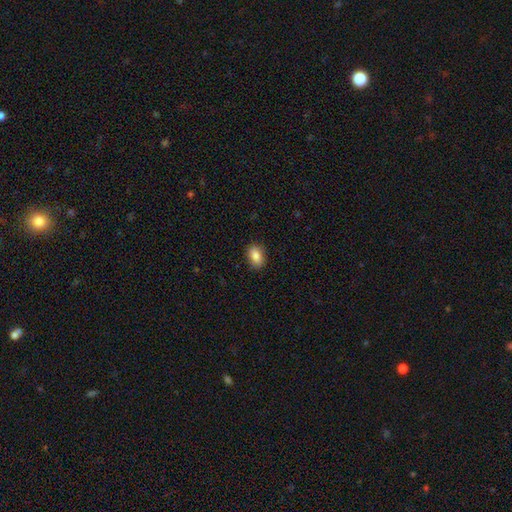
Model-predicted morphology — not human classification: type=smooth (86%); roundness=in between (83%); merging=none (88%).